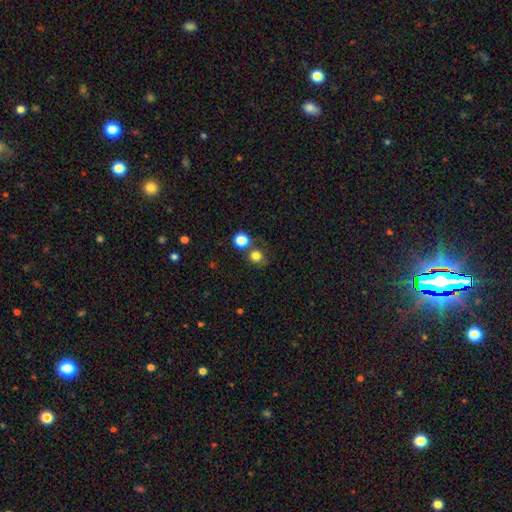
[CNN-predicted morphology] Smooth or featured? smooth (79%)
How rounded? round (89%)
Merging? none (65%)